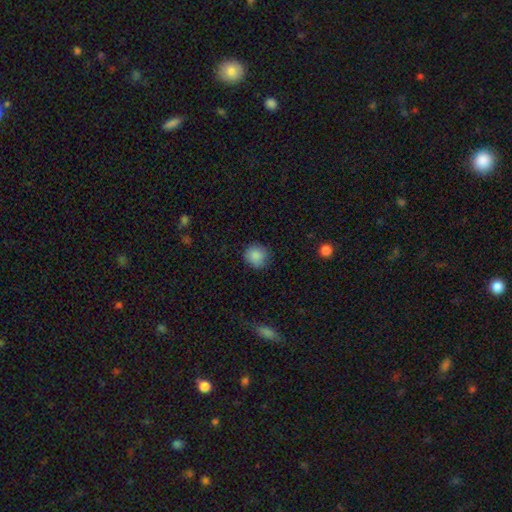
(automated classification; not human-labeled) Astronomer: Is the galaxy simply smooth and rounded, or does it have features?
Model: smooth — 87%.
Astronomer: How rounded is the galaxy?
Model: round — 90%.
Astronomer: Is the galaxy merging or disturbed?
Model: none — 85%.